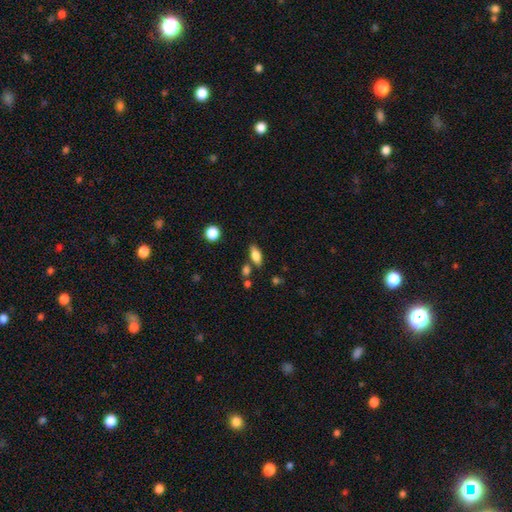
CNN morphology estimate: Smooth or featured?
  - smooth: 77% *
  - featured or disk: 14%
  - star or artifact: 9%
How rounded?
  - in between: 82% *
  - cigar-shaped: 13%
  - round: 5%
Merging?
  - none: 76% *
  - minor disturbance: 13%
  - merger: 7%
  - major disturbance: 4%